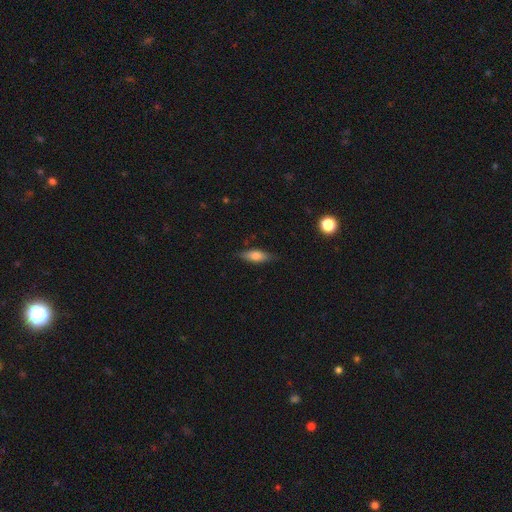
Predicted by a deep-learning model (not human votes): smooth-or-featured: smooth: 69% | featured or disk: 24% | star or artifact: 7%
  how-rounded: in between: 62% | cigar-shaped: 35% | round: 3%
  merging: none: 80% | minor disturbance: 16% | major disturbance: 3% | merger: 1%